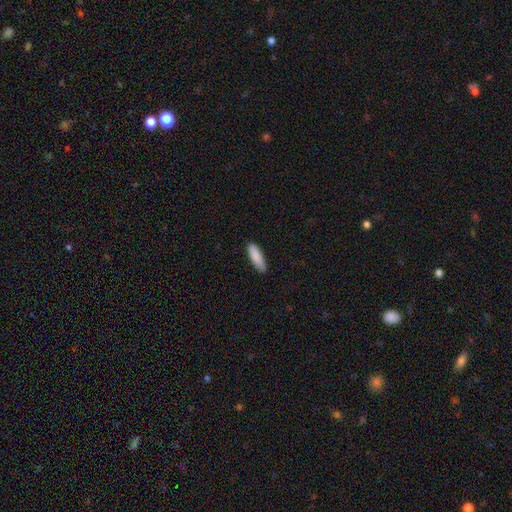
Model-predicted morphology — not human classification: A smooth galaxy with no disk features (89%) that is cigar-shaped (51%). Merging: none (84%).